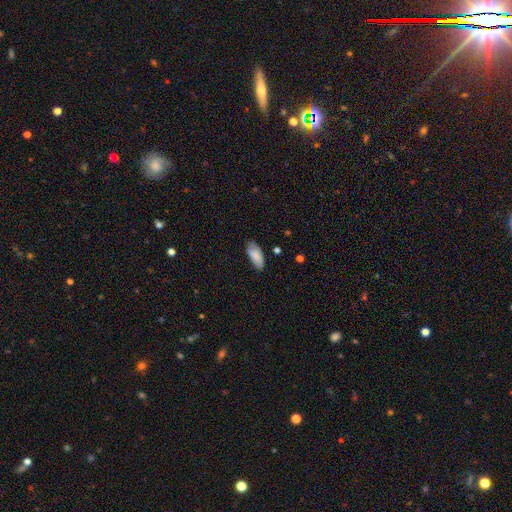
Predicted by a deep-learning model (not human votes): Morphology: type=smooth (84%); roundness=in between (87%); merging=none (76%).